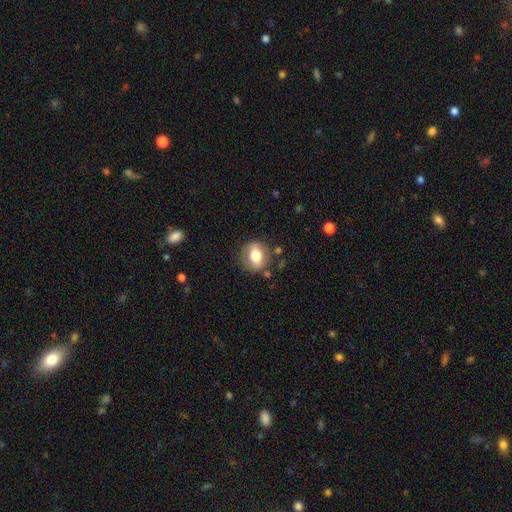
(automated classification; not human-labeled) The model was most divided on "how rounded": round: 58%, in between: 41%, cigar-shaped: 1%. More confident: merging — none (76%); smooth or featured — smooth (71%).